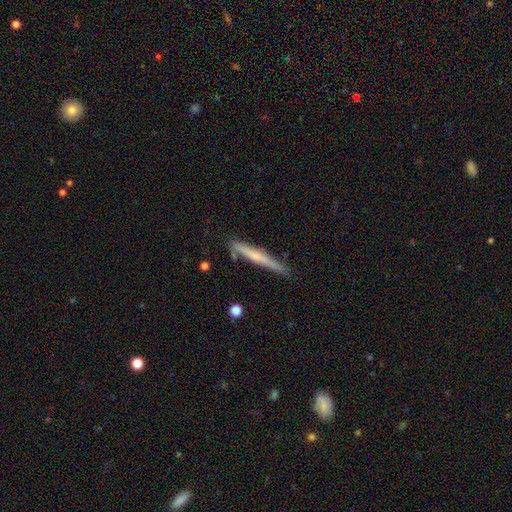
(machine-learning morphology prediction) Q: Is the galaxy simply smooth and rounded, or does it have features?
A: featured or disk — 50%.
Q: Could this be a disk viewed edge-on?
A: yes — 94%.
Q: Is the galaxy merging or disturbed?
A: none — 76%.